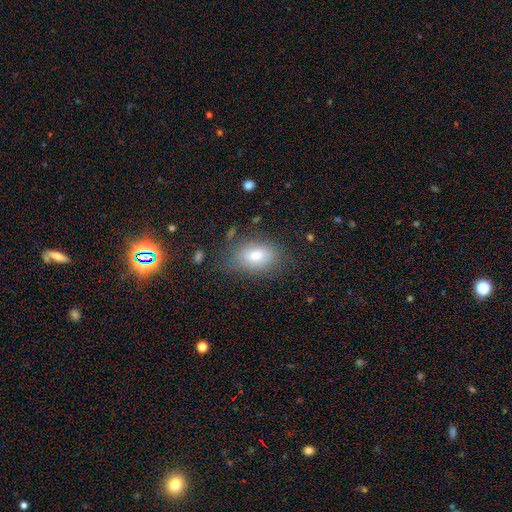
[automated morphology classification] This is likely a smooth galaxy (75%). How rounded: clearly in between (82%). Merging: likely none (73%).